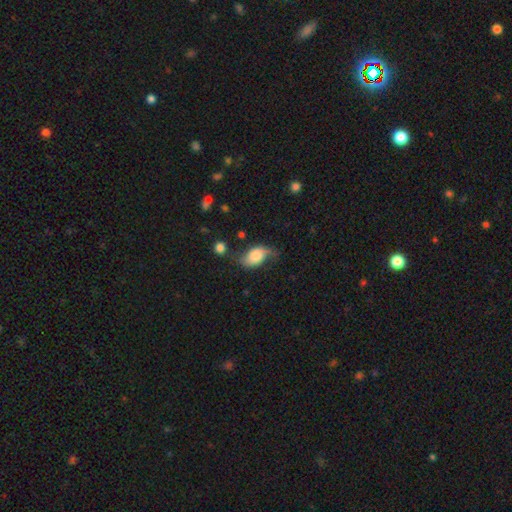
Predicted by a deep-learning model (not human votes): A featured or disk galaxy (48%).

Vote fractions:
- Smooth or featured? featured or disk: 48% / smooth: 43% / star or artifact: 9%
- Merging? none: 48% / minor disturbance: 31% / major disturbance: 16% / merger: 5%